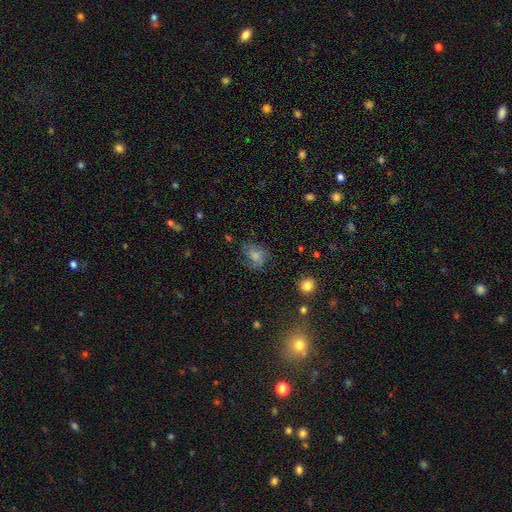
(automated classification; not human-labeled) smooth-or-featured: smooth: 47% | featured or disk: 41% | star or artifact: 13%
  merging: none: 57% | minor disturbance: 22% | major disturbance: 19% | merger: 2%